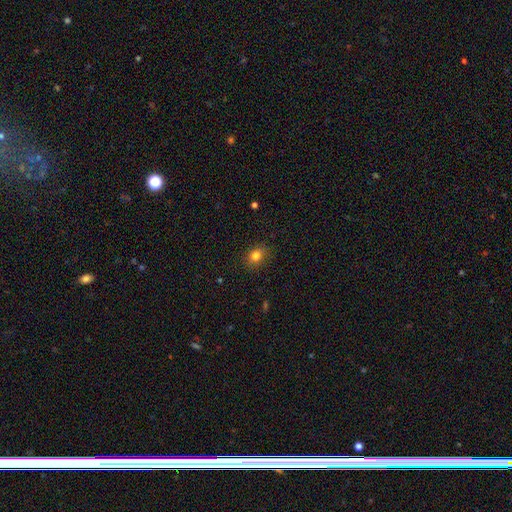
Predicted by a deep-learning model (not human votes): Morphology: type=smooth (81%); roundness=round (53%); merging=none (85%).